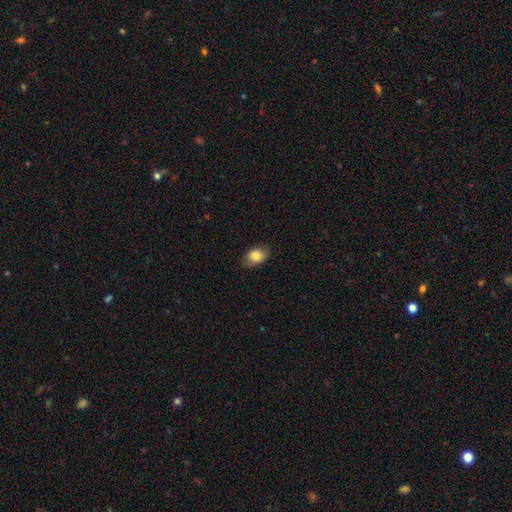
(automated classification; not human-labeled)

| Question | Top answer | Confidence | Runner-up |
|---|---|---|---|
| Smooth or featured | smooth | 83% | featured or disk (9%) |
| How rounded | in between | 76% | round (23%) |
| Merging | none | 81% | minor disturbance (15%) |